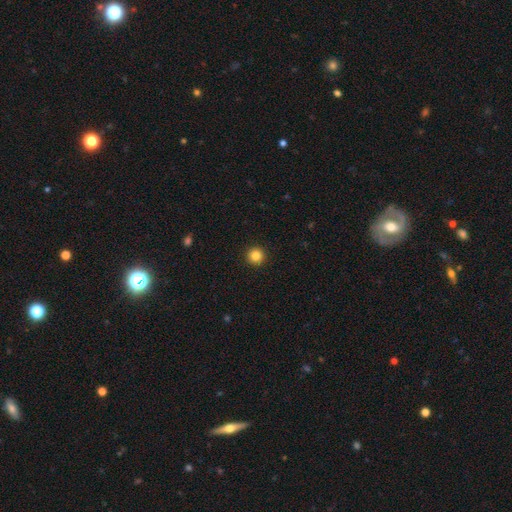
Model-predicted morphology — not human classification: Smooth or featured?
  - smooth: 84% *
  - star or artifact: 11%
  - featured or disk: 4%
How rounded?
  - round: 96% *
  - in between: 3%
  - cigar-shaped: 1%
Merging?
  - none: 94% *
  - minor disturbance: 4%
  - major disturbance: 2%
  - merger: 1%